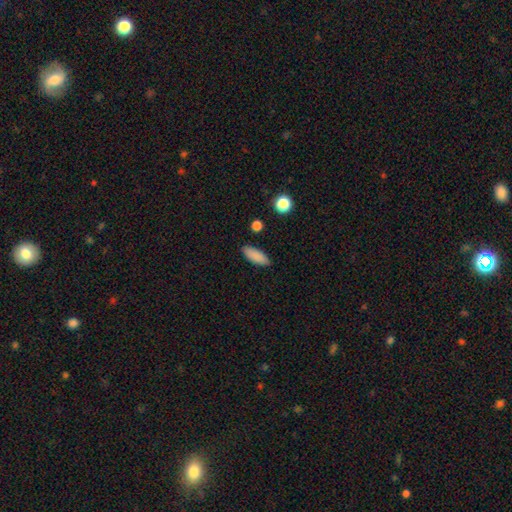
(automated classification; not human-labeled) Smooth or featured: smooth — 87% (star or artifact — 7%)
How rounded: in between — 68% (cigar-shaped — 30%)
Merging: none — 86% (minor disturbance — 10%)